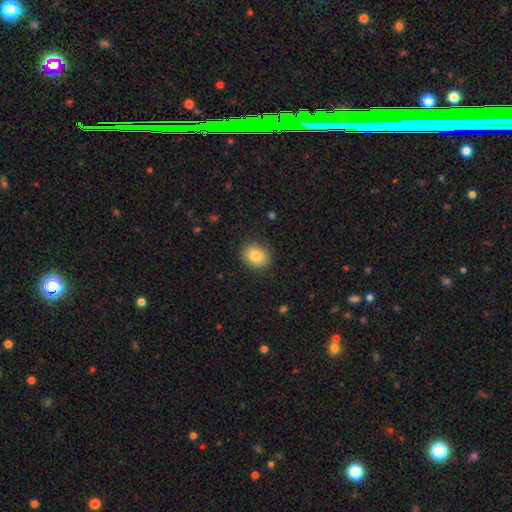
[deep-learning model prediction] A smooth galaxy with no disk features (82%) that is round (64%).

Vote fractions:
- Smooth or featured? smooth: 82% / star or artifact: 9% / featured or disk: 9%
- How rounded? round: 64% / in between: 36% / cigar-shaped: 1%
- Merging? none: 87% / minor disturbance: 9% / major disturbance: 2% / merger: 1%